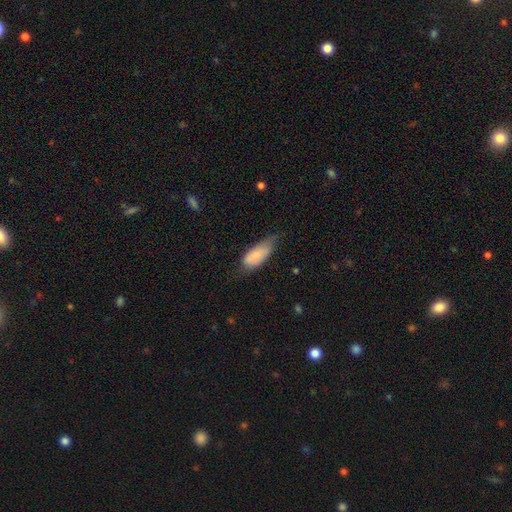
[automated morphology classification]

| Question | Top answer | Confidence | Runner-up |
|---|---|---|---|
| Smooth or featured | smooth | 80% | featured or disk (13%) |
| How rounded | in between | 84% | cigar-shaped (14%) |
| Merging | minor disturbance | 47% | none (37%) |